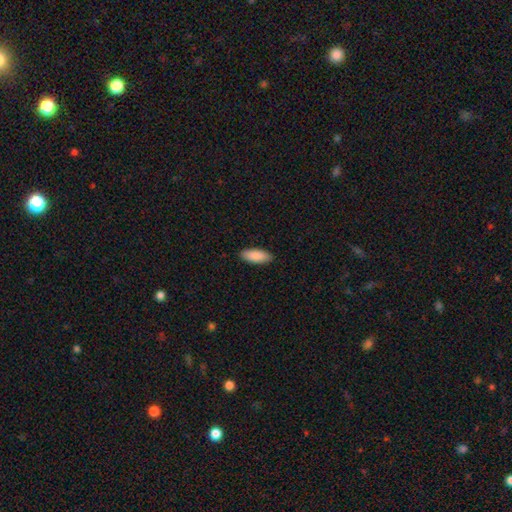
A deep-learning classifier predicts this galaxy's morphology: A smooth galaxy with no disk features (89%) that is in between round and cigar-shaped (78%).

Vote fractions:
- Smooth or featured? smooth: 89% / star or artifact: 5% / featured or disk: 5%
- How rounded? in between: 78% / cigar-shaped: 21% / round: 2%
- Merging? none: 90% / minor disturbance: 8% / major disturbance: 2% / merger: 1%